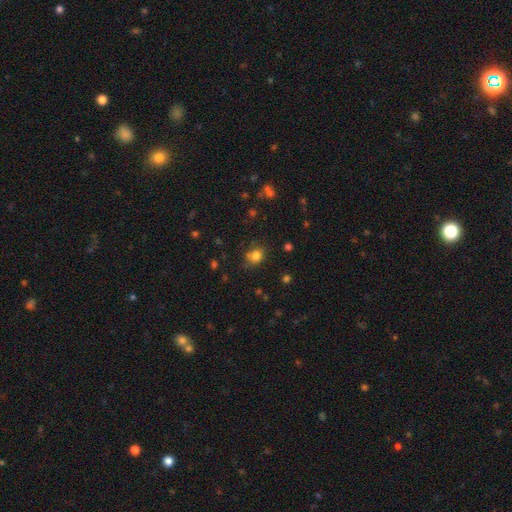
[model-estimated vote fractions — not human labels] Smooth or featured: smooth — 80% (star or artifact — 13%)
How rounded: round — 64% (in between — 35%)
Merging: none — 68% (minor disturbance — 22%)